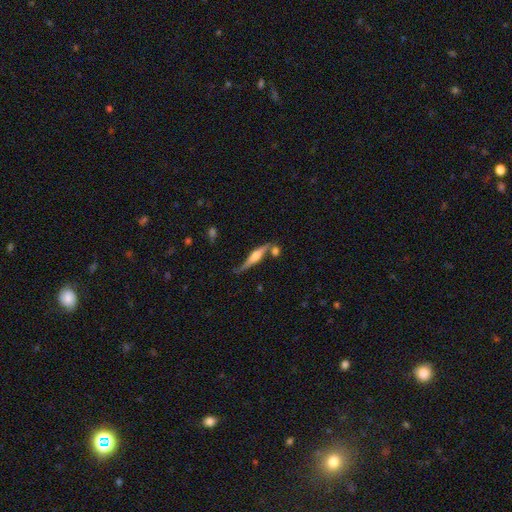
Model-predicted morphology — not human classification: A featured or disk galaxy (71%) viewed edge-on (91%) with a rounded central bulge (86%).

Vote fractions:
- Smooth or featured? featured or disk: 71% / smooth: 23% / star or artifact: 6%
- Edge-on disk? yes: 91% / no: 9%
- Edge-on bulge? rounded: 86% / boxy: 9% / none: 5%
- Merging? none: 59% / minor disturbance: 20% / merger: 15% / major disturbance: 6%